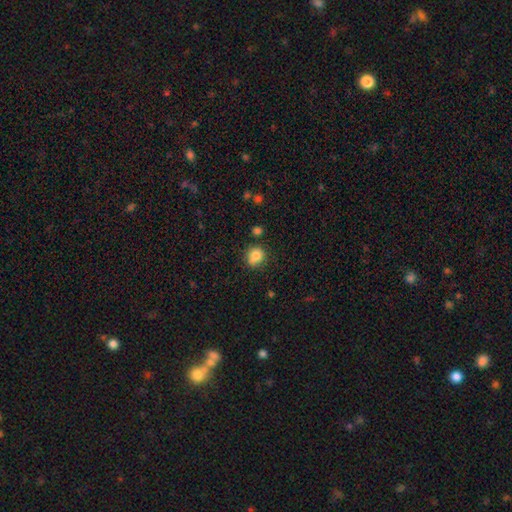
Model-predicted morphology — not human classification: A smooth galaxy with no disk features (81%) that is round (76%).

Vote fractions:
- Smooth or featured? smooth: 81% / star or artifact: 11% / featured or disk: 8%
- How rounded? round: 76% / in between: 23% / cigar-shaped: 1%
- Merging? none: 69% / minor disturbance: 20% / merger: 7% / major disturbance: 5%